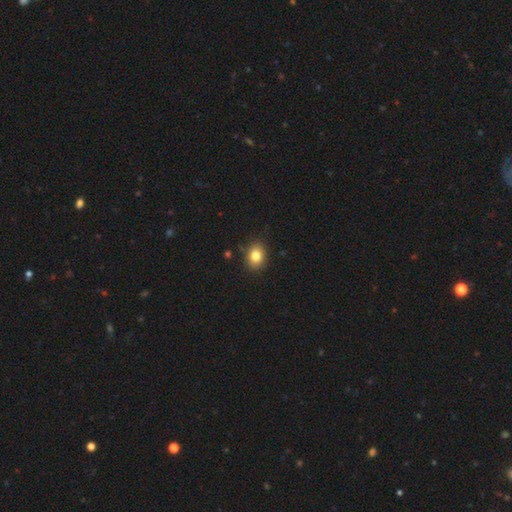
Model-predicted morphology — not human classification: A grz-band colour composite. It shows a smooth galaxy with no disk features (83%) that is round (51%). Merging: none (87%).